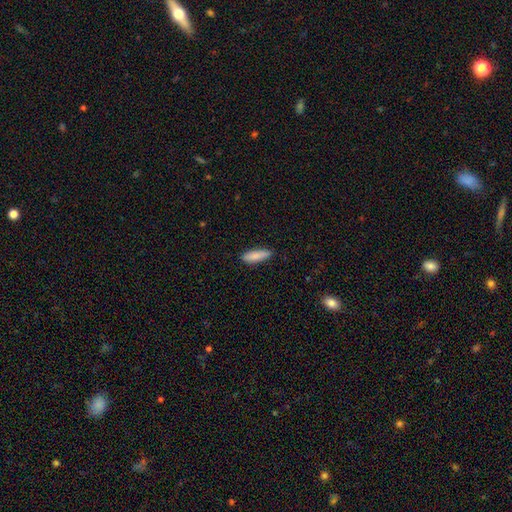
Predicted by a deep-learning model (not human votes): smooth_or_featured: smooth (p=0.86) [alt: featured or disk p=0.07]
how_rounded: cigar-shaped (p=0.57) [alt: in between p=0.41]
merging: none (p=0.79) [alt: minor disturbance p=0.17]